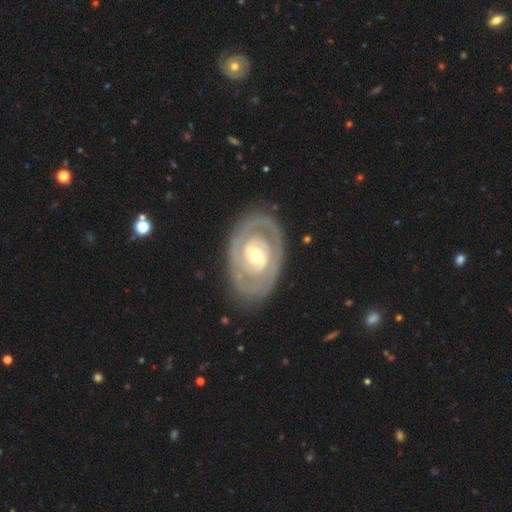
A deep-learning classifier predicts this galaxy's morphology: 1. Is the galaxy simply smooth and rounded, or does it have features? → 82% featured or disk, 15% smooth, 4% star or artifact.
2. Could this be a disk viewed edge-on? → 95% no, 5% yes.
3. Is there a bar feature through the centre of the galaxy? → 52% no, 32% weak, 15% strong.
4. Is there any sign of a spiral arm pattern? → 69% yes, 31% no.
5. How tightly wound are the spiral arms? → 71% tight, 22% medium, 8% loose.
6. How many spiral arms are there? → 53% 2, 26% can't tell, 9% 1, 7% 3, 2% 4, 2% more than 4.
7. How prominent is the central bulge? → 66% moderate, 25% small, 7% large, 1% dominant, 1% none.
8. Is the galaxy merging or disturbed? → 80% none, 13% minor disturbance, 5% major disturbance, 1% merger.